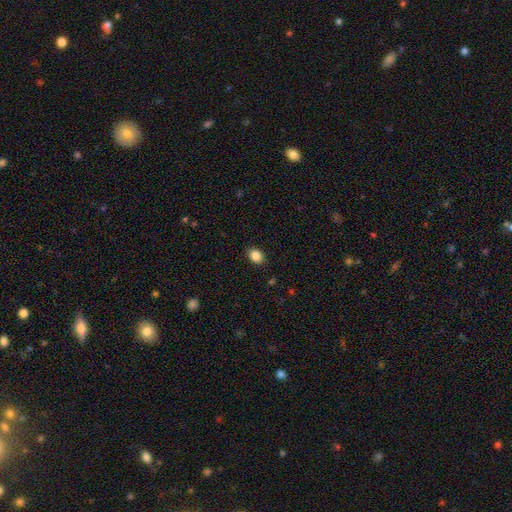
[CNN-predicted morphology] The model was most divided on "how rounded": in between: 65%, round: 34%, cigar-shaped: 1%. More confident: merging — none (88%); smooth or featured — smooth (87%).